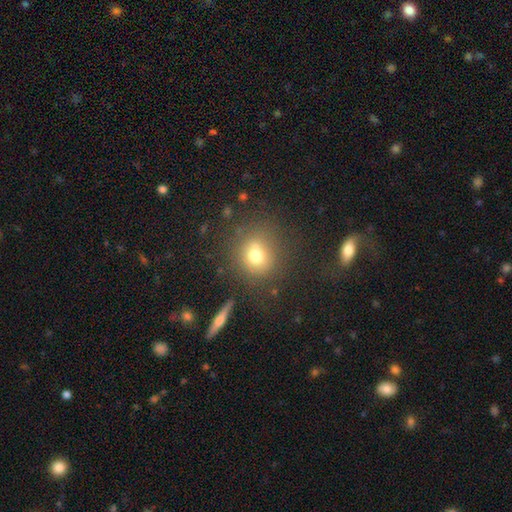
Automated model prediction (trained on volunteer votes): Morphology: type=smooth (71%); roundness=round (82%); merging=none (64%).